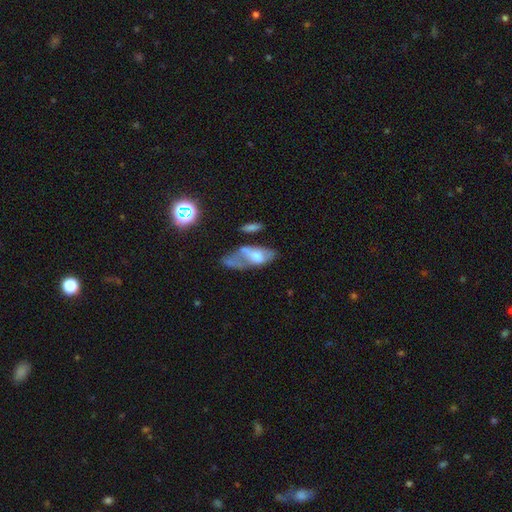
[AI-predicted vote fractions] Smooth or featured? smooth (50%)
Merging? major disturbance (38%)